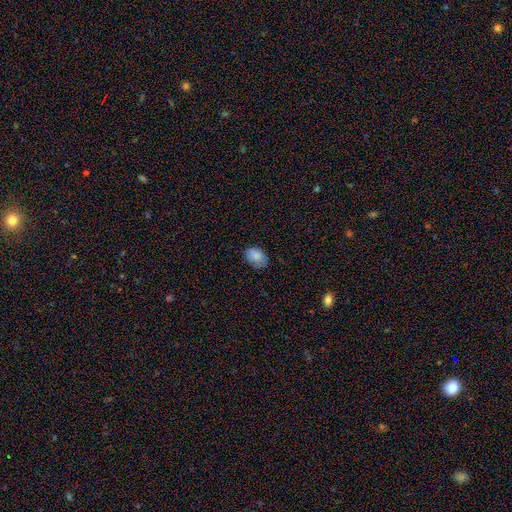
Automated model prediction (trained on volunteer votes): This appears to be a smooth galaxy with no disk features (84%) that is in between round and cigar-shaped (76%). Merging: none (76%).